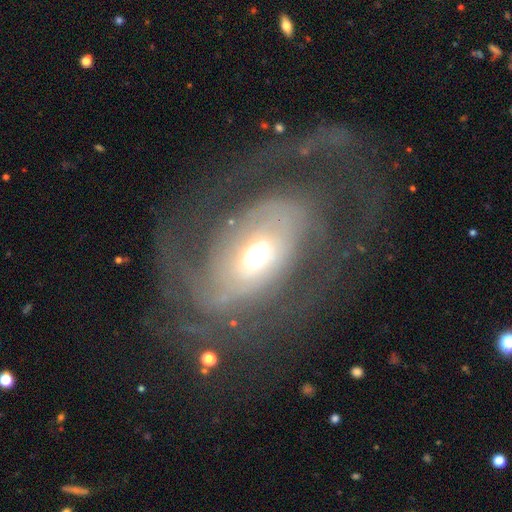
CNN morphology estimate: A featured or disk galaxy (70%) with no bar (66%), spiral arms (69%) and a moderate central bulge (65%). Merging: none (42%).